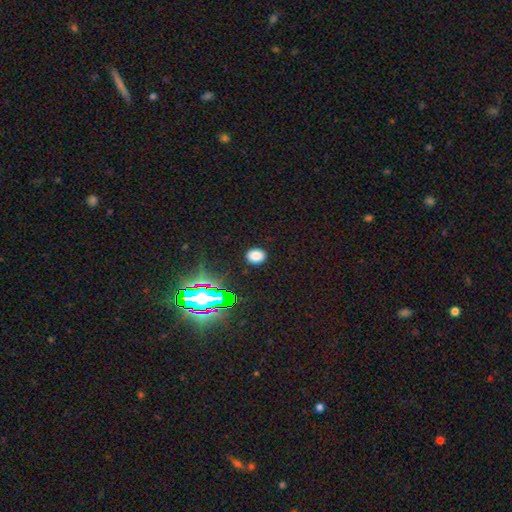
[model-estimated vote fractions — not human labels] Overall: smooth (77%). How rounded: in between (61%; round 38%). Merging: none (88%).